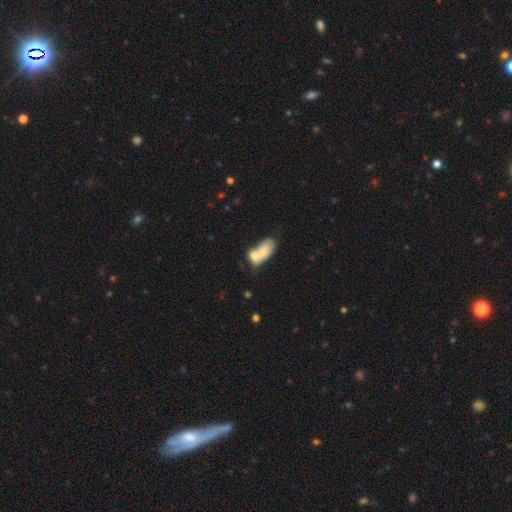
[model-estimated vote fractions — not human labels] The model was most divided on "smooth or featured": smooth: 70%, featured or disk: 23%, star or artifact: 7%. More confident: how rounded — in between (83%); merging — merger (74%).